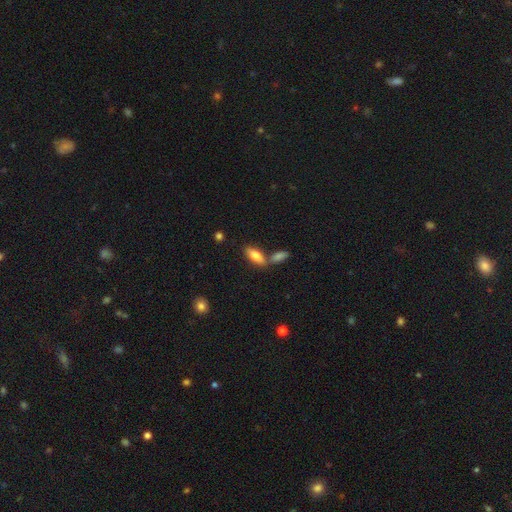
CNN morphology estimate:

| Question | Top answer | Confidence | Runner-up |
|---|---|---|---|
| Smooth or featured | smooth | 77% | featured or disk (16%) |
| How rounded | in between | 70% | cigar-shaped (27%) |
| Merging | none | 56% | merger (30%) |